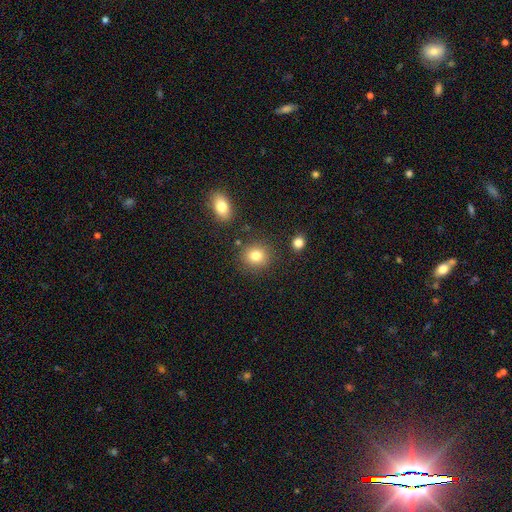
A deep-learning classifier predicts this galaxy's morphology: smooth_or_featured: smooth (p=0.81) [alt: star or artifact p=0.11]
how_rounded: round (p=0.84) [alt: in between p=0.15]
merging: none (p=0.85) [alt: minor disturbance p=0.08]